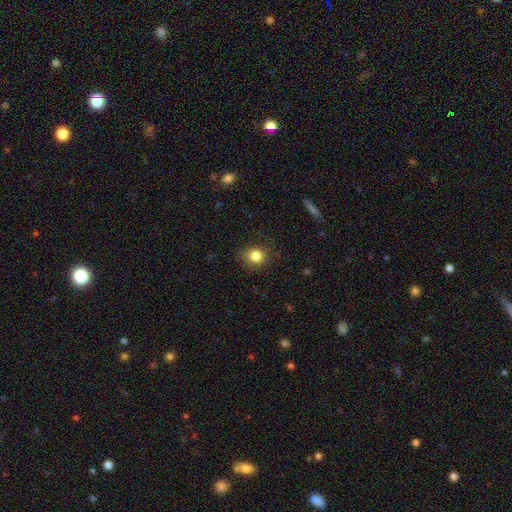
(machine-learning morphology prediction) Smooth or featured? smooth (83%)
How rounded? round (79%)
Merging? none (82%)